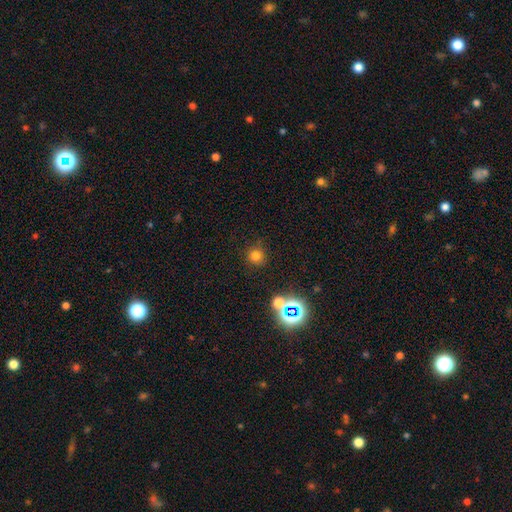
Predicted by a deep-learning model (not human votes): smooth 73%, star or artifact 21%, featured or disk 6%. Down the decision tree: how rounded — round (93%); merging — none (84%).